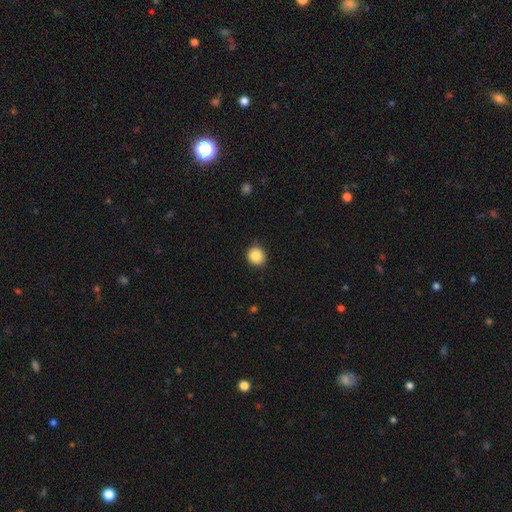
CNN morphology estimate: Smooth or featured?
  - smooth: 86% *
  - star or artifact: 9%
  - featured or disk: 5%
How rounded?
  - round: 87% *
  - in between: 12%
  - cigar-shaped: 1%
Merging?
  - none: 87% *
  - minor disturbance: 10%
  - major disturbance: 2%
  - merger: 1%